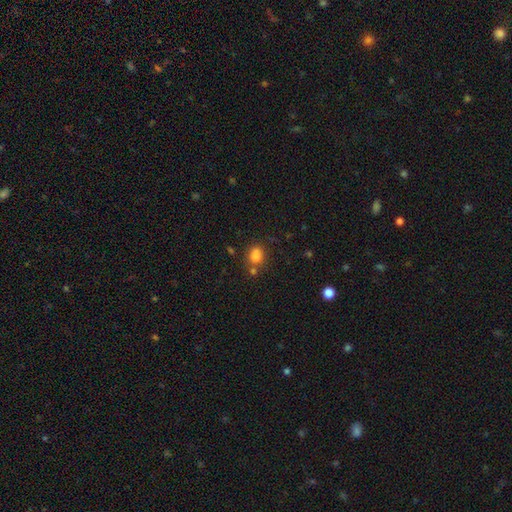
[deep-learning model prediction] Smooth or featured?
  - smooth: 79% *
  - star or artifact: 13%
  - featured or disk: 8%
How rounded?
  - round: 60% *
  - in between: 39%
  - cigar-shaped: 1%
Merging?
  - none: 57% *
  - merger: 22%
  - minor disturbance: 16%
  - major disturbance: 5%